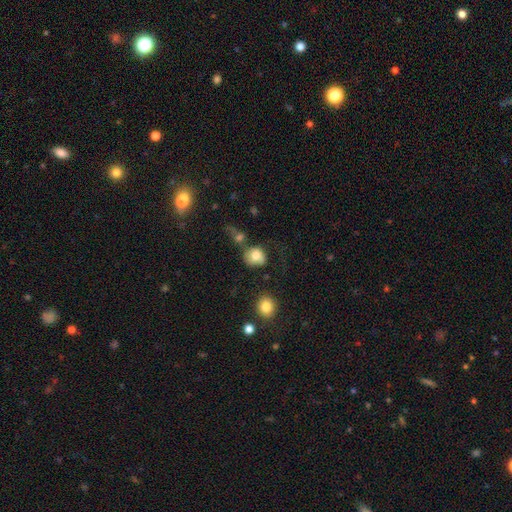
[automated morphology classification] Q: Smooth or featured?
A: smooth (76%); runner-up: featured or disk (15%)
Q: How rounded?
A: round (75%); runner-up: in between (24%)
Q: Merging?
A: none (46%); runner-up: minor disturbance (23%)